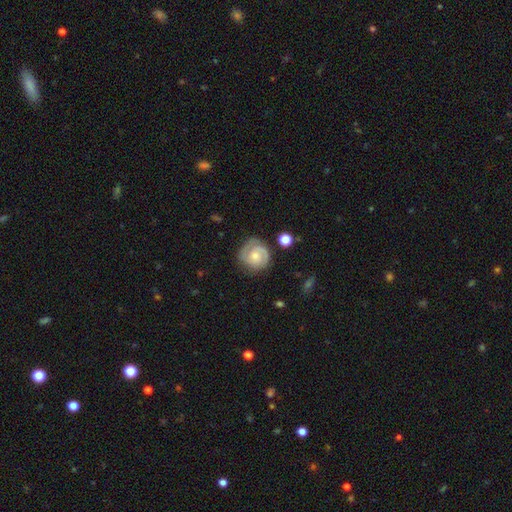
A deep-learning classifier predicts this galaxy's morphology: Smooth or featured? featured or disk (69%)
Edge-on disk? no (98%)
Bar? no (73%)
Spiral arms? yes (91%)
Spiral winding? tight (61%)
Spiral arm count? 2 (62%)
Bulge size? small (51%)
Merging? none (73%)